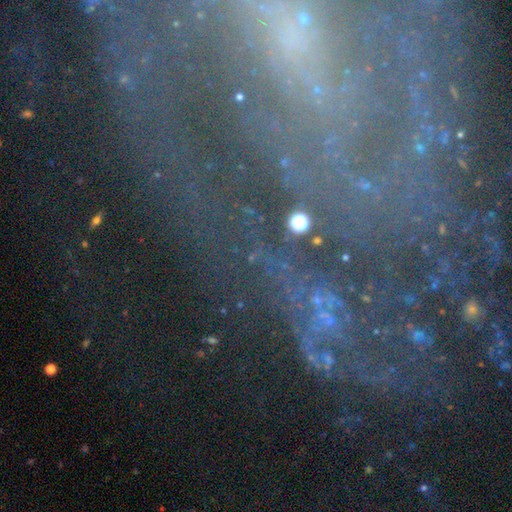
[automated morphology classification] smooth-or-featured: star or artifact: 61% | featured or disk: 25% | smooth: 13%